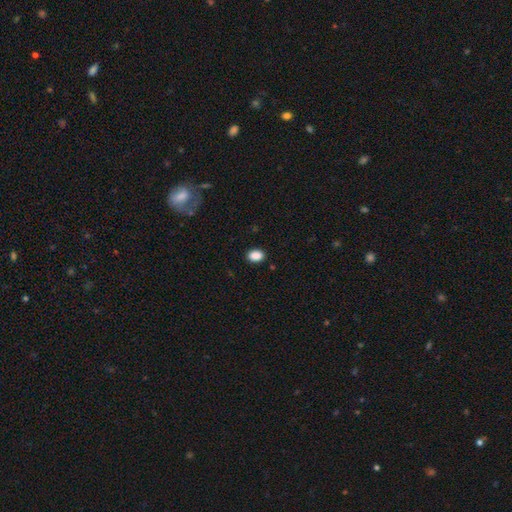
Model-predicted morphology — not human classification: smooth-or-featured: smooth: 89% | star or artifact: 8% | featured or disk: 3%
  how-rounded: in between: 78% | round: 21% | cigar-shaped: 1%
  merging: none: 89% | minor disturbance: 8% | major disturbance: 2% | merger: 1%